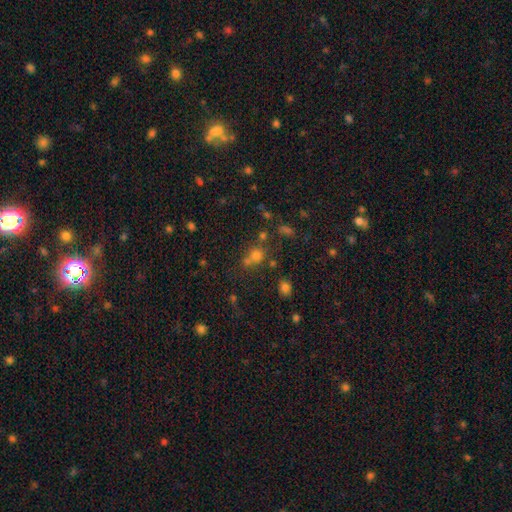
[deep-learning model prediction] This appears to be a smooth galaxy with no disk features (55%) that is round (79%). Merging: none (55%).